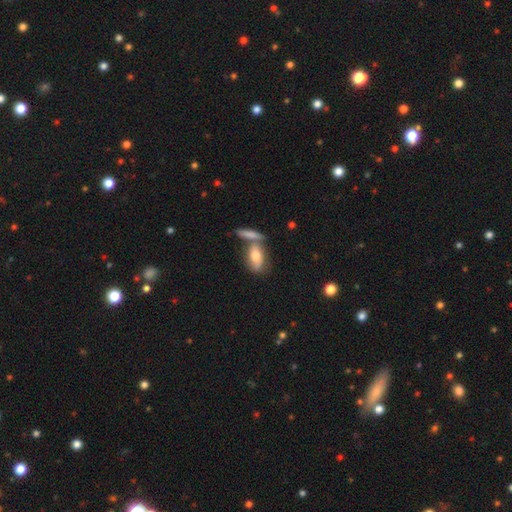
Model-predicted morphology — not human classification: This appears to be a smooth galaxy with no disk features (67%) that is in between round and cigar-shaped (80%). Merging: none (43%).